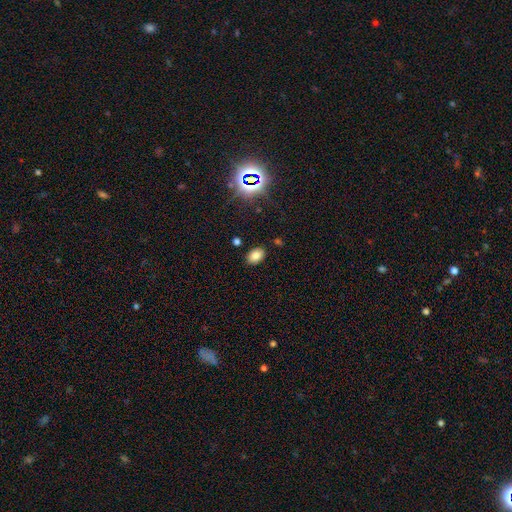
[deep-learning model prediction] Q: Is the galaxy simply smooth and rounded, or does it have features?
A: smooth — 78%.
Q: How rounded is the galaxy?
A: in between — 84%.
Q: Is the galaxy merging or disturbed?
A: none — 85%.